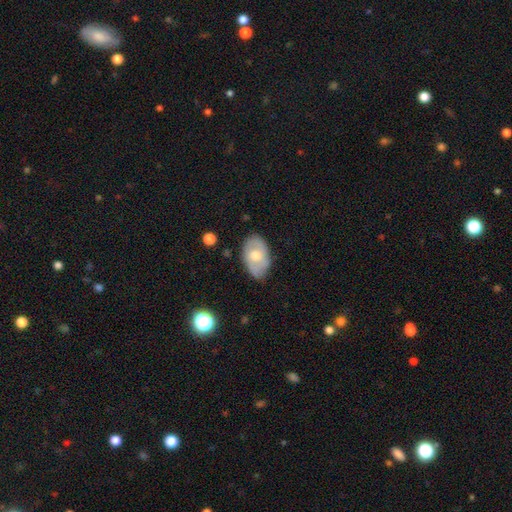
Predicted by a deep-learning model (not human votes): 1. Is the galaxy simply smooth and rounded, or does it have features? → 52% smooth, 41% featured or disk, 7% star or artifact.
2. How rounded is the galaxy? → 89% in between, 10% round, 1% cigar-shaped.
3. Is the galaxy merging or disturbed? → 74% none, 20% minor disturbance, 4% major disturbance, 2% merger.